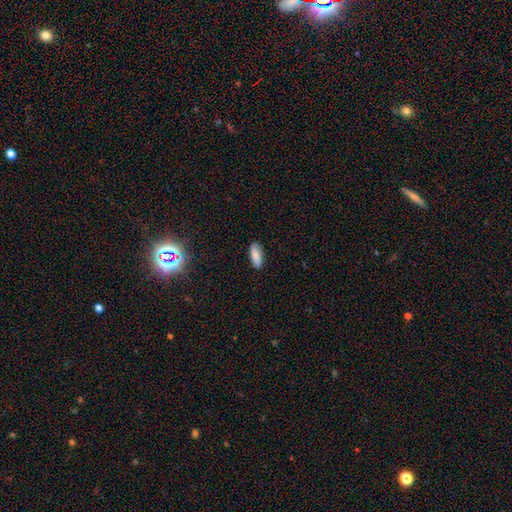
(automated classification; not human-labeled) Smooth or featured? smooth (85%)
How rounded? in between (72%)
Merging? none (86%)